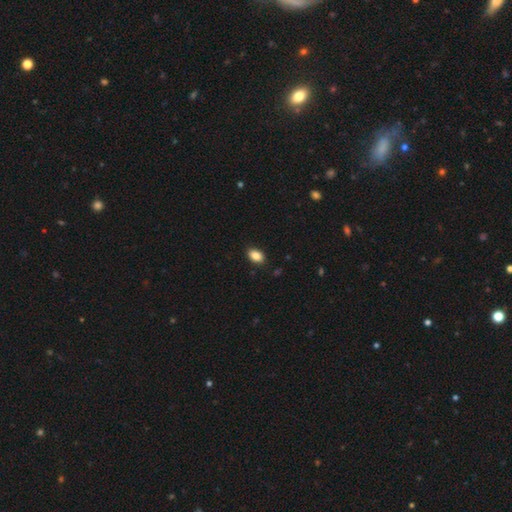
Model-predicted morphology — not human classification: Smooth or featured: smooth — 87% (star or artifact — 8%)
How rounded: in between — 87% (round — 12%)
Merging: none — 89% (minor disturbance — 8%)